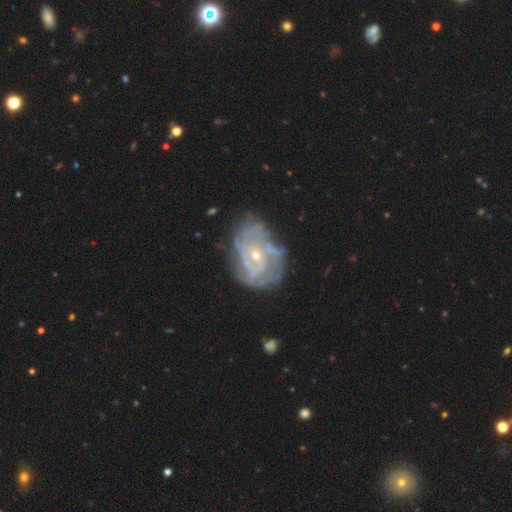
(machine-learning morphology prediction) A featured or disk galaxy (83%) with no bar (67%), tight (54%) spiral arms (86%) and a small central bulge (67%).

Vote fractions:
- Smooth or featured? featured or disk: 83% / smooth: 10% / star or artifact: 7%
- Edge-on disk? no: 97% / yes: 3%
- Bar? no: 67% / weak: 27% / strong: 6%
- Spiral arms? yes: 86% / no: 14%
- Spiral winding? tight: 54% / medium: 34% / loose: 12%
- Spiral arm count? can't tell: 40% / 2: 21% / 3: 17% / 4: 11% / more than 4: 6% / 1: 5%
- Bulge size? small: 67% / moderate: 30% / none: 1% / large: 1% / dominant: 1%
- Merging? none: 58% / minor disturbance: 24% / major disturbance: 14% / merger: 4%